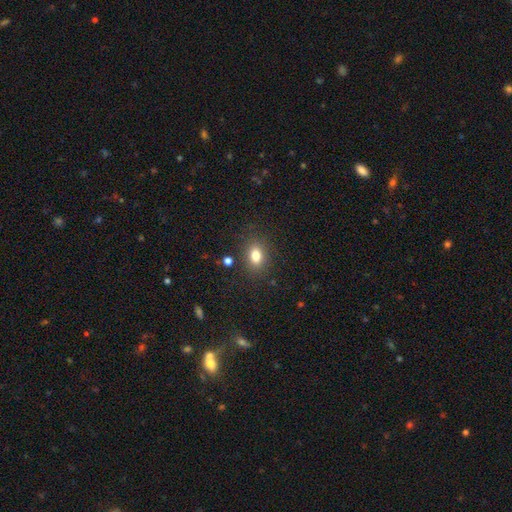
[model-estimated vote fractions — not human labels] Smooth or featured? Predicted: smooth (p=0.81). How rounded? Predicted: in between (p=0.74). Merging? Predicted: none (p=0.84).